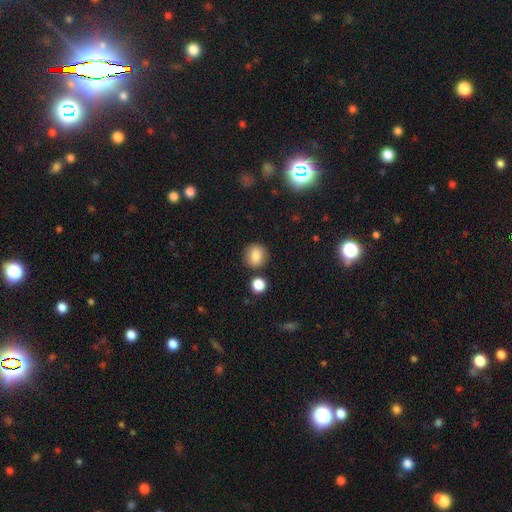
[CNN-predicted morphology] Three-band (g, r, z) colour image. It shows a smooth galaxy with no disk features (83%) that is round (84%). Merging: none (84%).